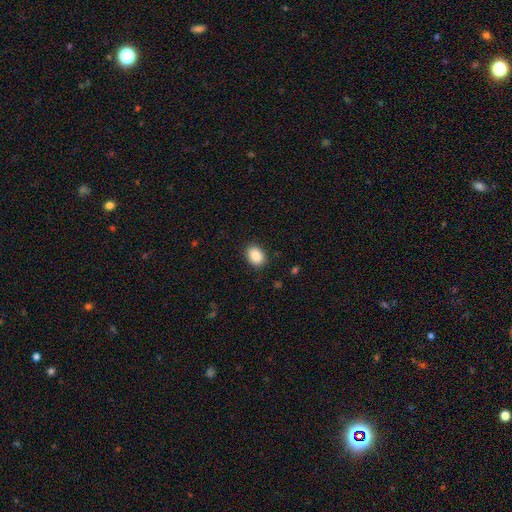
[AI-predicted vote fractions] smooth 89%, star or artifact 8%, featured or disk 3%. Down the decision tree: how rounded — in between (74%); merging — none (88%).